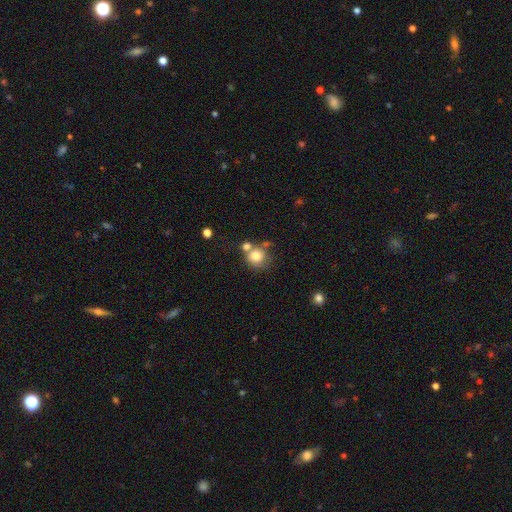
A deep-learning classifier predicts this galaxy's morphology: smooth-or-featured: smooth: 80% | star or artifact: 10% | featured or disk: 10%
  how-rounded: round: 88% | in between: 11% | cigar-shaped: 1%
  merging: none: 50% | merger: 31% | minor disturbance: 13% | major disturbance: 6%